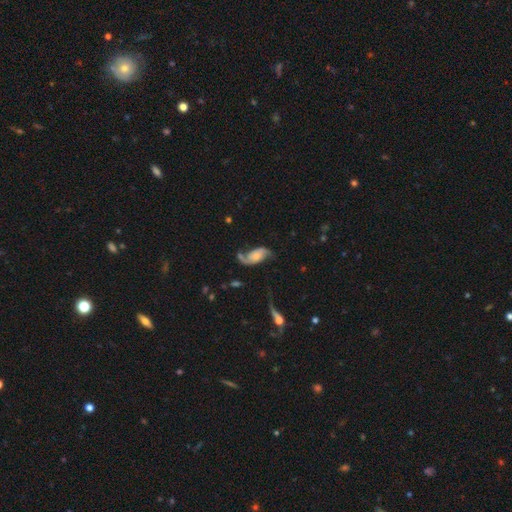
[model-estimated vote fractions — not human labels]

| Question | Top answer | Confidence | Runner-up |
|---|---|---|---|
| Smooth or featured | featured or disk | 80% | smooth (14%) |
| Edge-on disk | no | 96% | yes (4%) |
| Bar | no | 67% | weak (26%) |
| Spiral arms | yes | 95% | no (5%) |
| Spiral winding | loose | 60% | medium (30%) |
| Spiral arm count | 2 | 88% | 1 (6%) |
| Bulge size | small | 44% | moderate (32%) |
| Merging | none | 57% | minor disturbance (21%) |